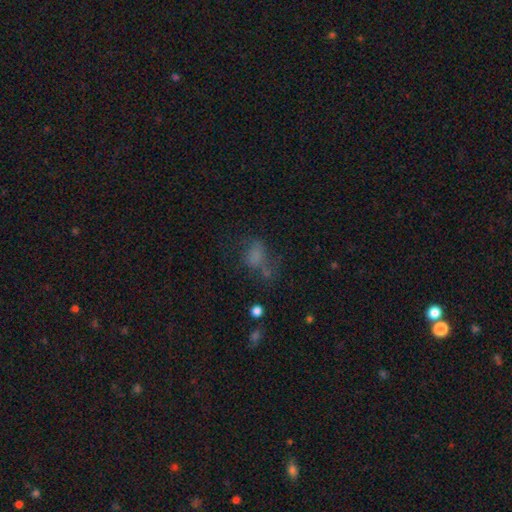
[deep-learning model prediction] Morphology: type=smooth (63%); roundness=in between (74%); merging=none (37%).